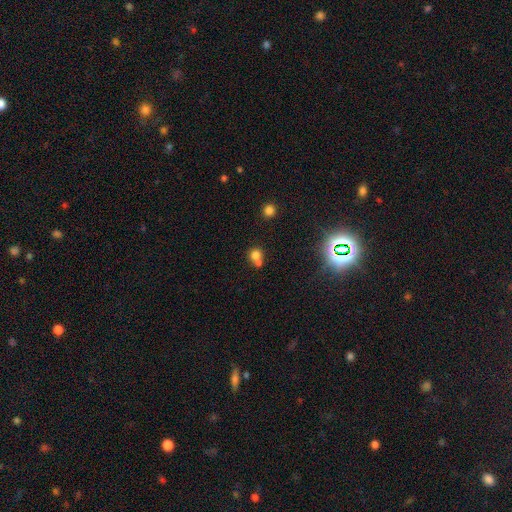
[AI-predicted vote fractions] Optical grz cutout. It shows a smooth galaxy with no disk features (75%) that is round (83%). Merging: merger (47%).